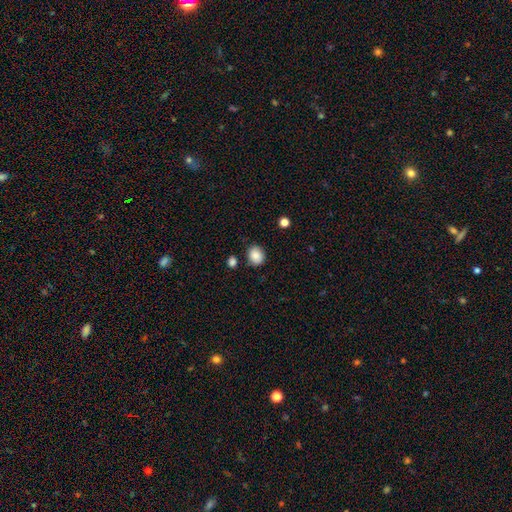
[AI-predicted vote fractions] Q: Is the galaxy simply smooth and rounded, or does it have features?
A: smooth — 87%.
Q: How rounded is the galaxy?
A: round — 73%.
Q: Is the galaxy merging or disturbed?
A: none — 80%.